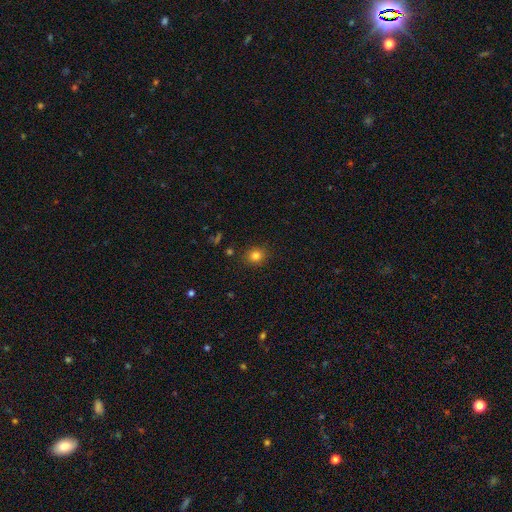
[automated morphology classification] smooth 80%, star or artifact 13%, featured or disk 6%. Down the decision tree: how rounded — round (79%); merging — none (88%).